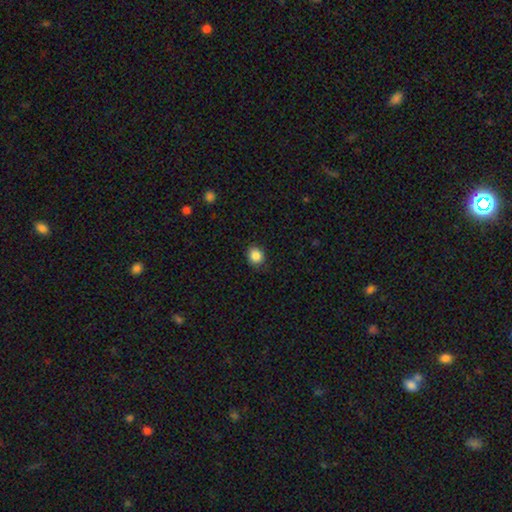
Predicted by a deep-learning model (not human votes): The model was most divided on "how rounded": round: 74%, in between: 25%, cigar-shaped: 1%. More confident: merging — none (87%); smooth or featured — smooth (86%).